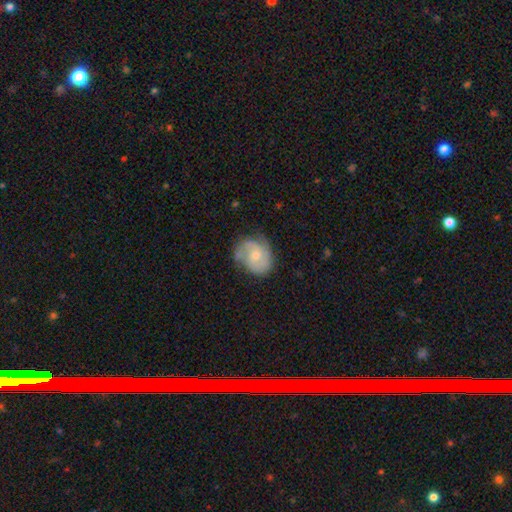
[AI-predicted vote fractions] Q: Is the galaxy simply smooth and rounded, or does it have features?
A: featured or disk — 57%.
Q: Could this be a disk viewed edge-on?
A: no — 97%.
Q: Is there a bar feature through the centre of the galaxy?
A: no — 72%.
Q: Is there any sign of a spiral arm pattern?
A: yes — 82%.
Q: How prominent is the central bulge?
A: small — 49%.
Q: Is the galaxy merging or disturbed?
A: none — 58%.